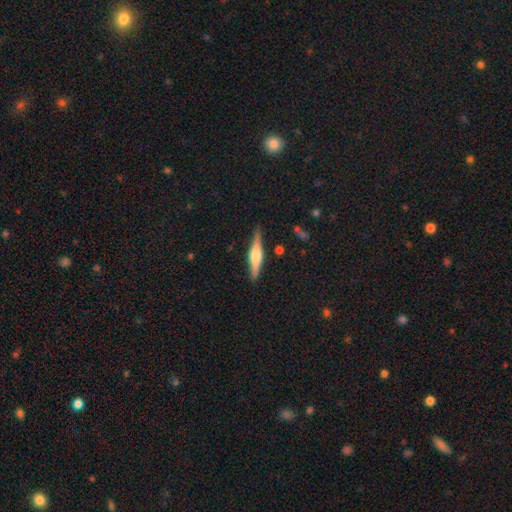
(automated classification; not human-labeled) Smooth or featured? featured or disk (66%)
Edge-on disk? yes (97%)
Edge-on bulge? rounded (75%)
Merging? none (86%)